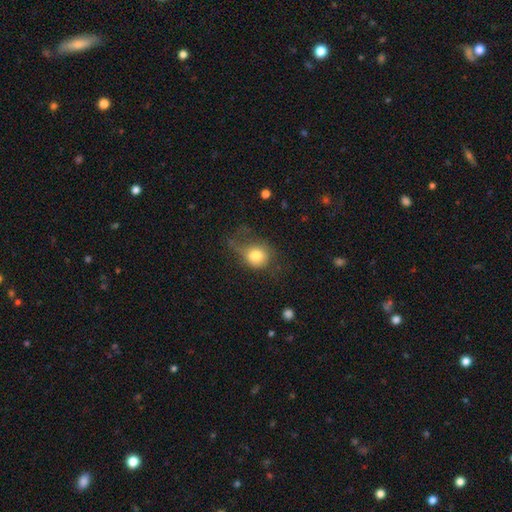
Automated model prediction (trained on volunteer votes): This is likely a smooth galaxy (76%). How rounded: likely round (72%). Merging: marginally major disturbance (37%).